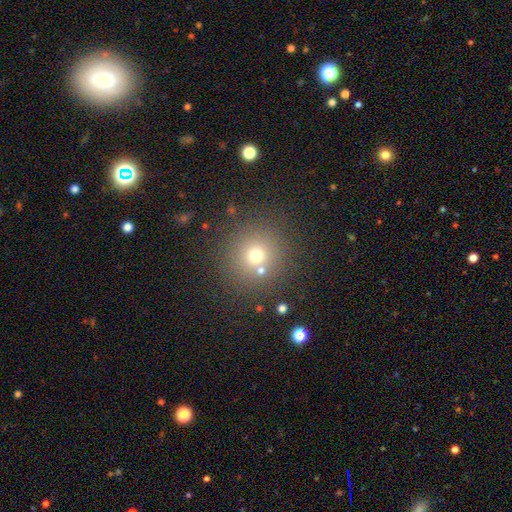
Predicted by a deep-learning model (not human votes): Overall: smooth (68%). How rounded: round (92%). Merging: none (76%).